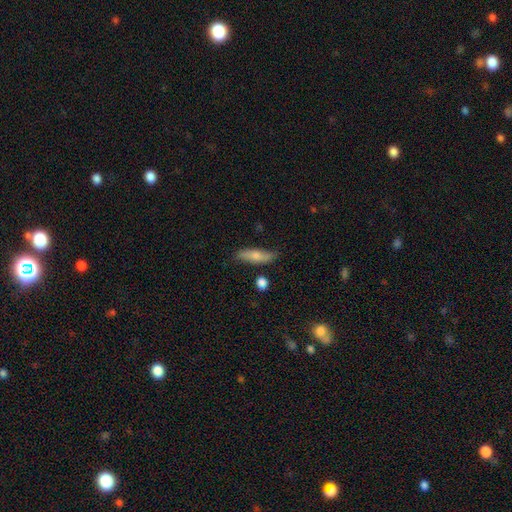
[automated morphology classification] Smooth or featured? smooth (67%)
How rounded? cigar-shaped (53%)
Merging? none (71%)